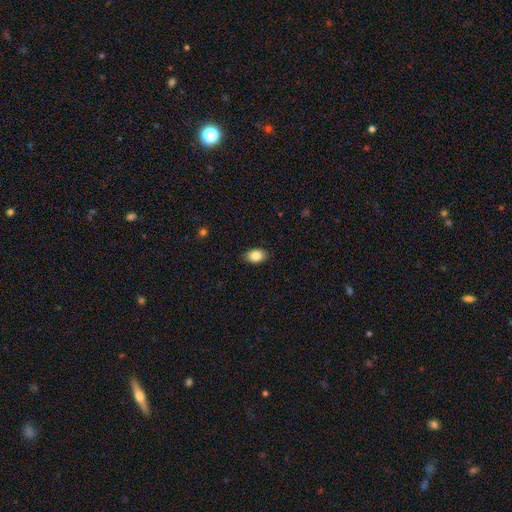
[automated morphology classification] smooth 86%, star or artifact 8%, featured or disk 6%. Down the decision tree: how rounded — in between (83%); merging — none (87%).